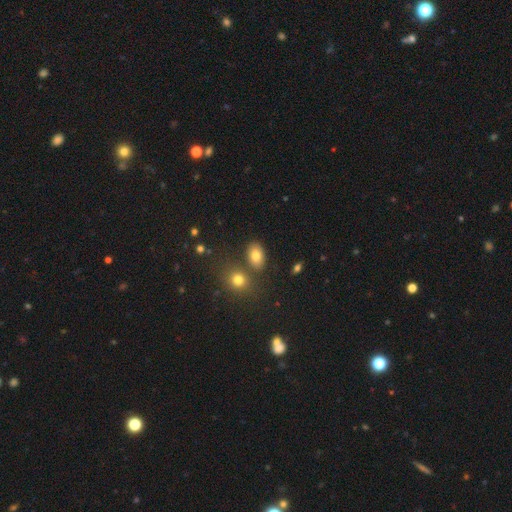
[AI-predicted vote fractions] Overall: smooth (79%). How rounded: in between (82%). Merging: none (75%).